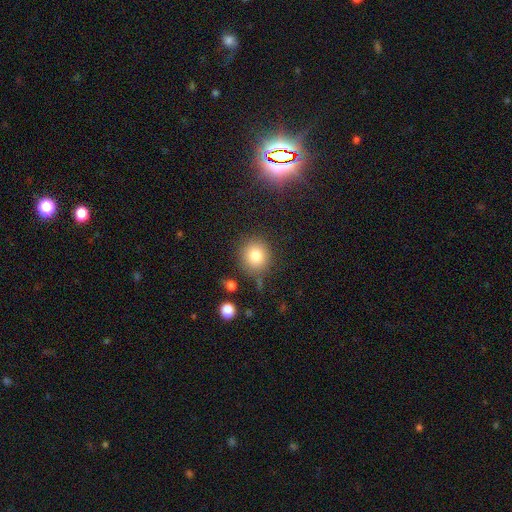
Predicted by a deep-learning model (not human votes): Morphology: type=smooth (81%); roundness=round (87%); merging=none (81%).